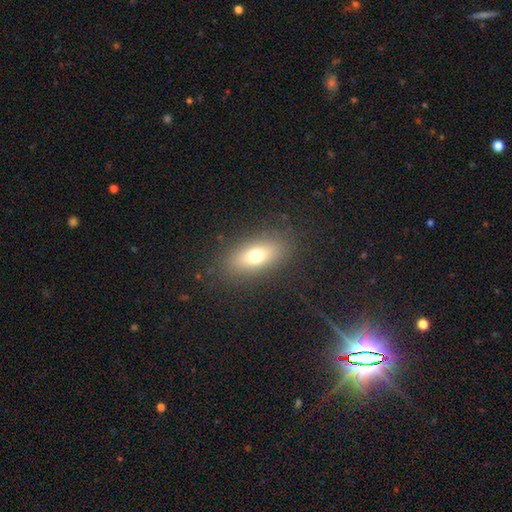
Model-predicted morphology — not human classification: Smooth or featured? Predicted: smooth (p=0.71). How rounded? Predicted: in between (p=0.80). Merging? Predicted: none (p=0.85).